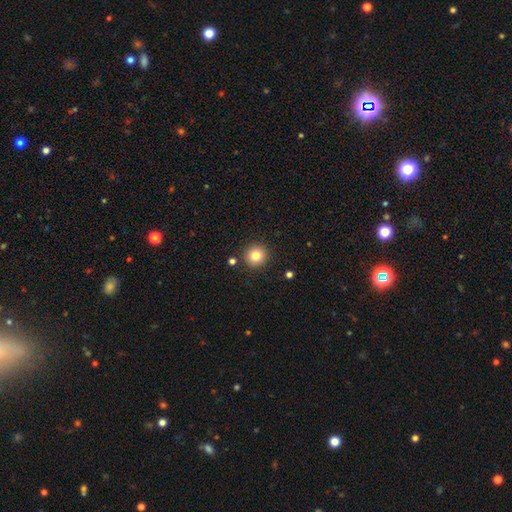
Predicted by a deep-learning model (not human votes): smooth-or-featured: smooth: 81% | star or artifact: 11% | featured or disk: 7%
  how-rounded: round: 95% | in between: 4% | cigar-shaped: 1%
  merging: none: 88% | minor disturbance: 6% | merger: 3% | major disturbance: 2%